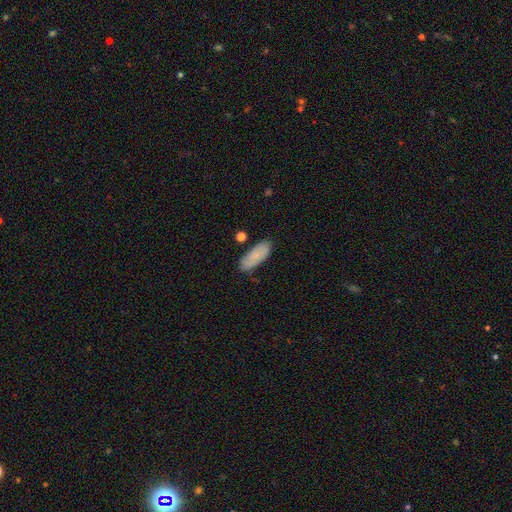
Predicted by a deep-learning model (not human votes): Smooth or featured?
  - smooth: 77% *
  - featured or disk: 17%
  - star or artifact: 7%
How rounded?
  - in between: 78% *
  - cigar-shaped: 19%
  - round: 2%
Merging?
  - none: 78% *
  - minor disturbance: 16%
  - merger: 3%
  - major disturbance: 3%